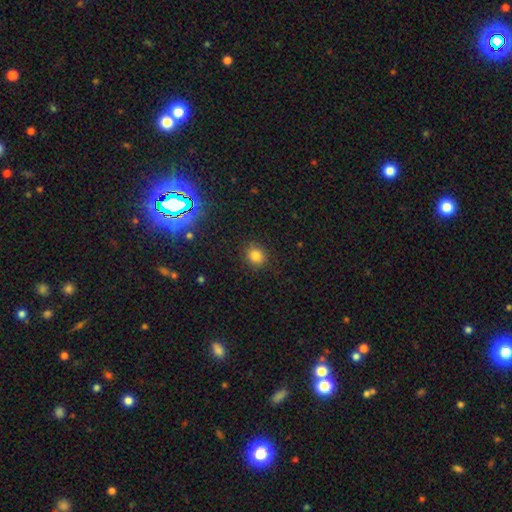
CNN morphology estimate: smooth 81%, star or artifact 14%, featured or disk 5%. Down the decision tree: how rounded — round (82%); merging — none (88%).